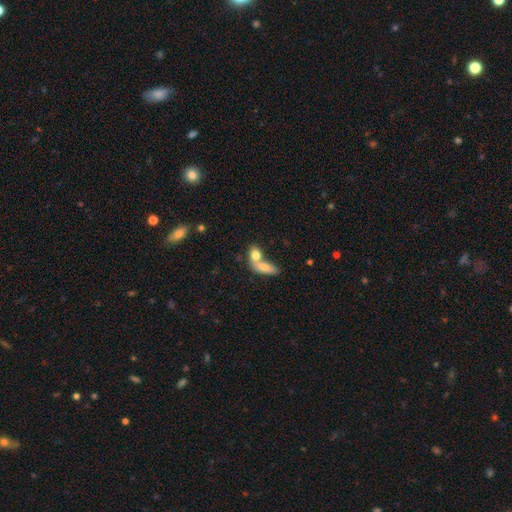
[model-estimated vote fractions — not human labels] This is likely a smooth galaxy (78%). How rounded: likely in between (74%). Merging: likely merger (62%).